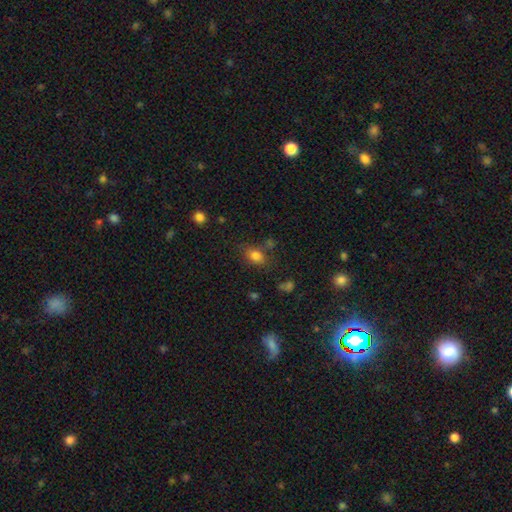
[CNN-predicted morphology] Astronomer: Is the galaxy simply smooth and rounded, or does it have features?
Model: smooth — 81%.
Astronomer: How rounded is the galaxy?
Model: in between — 75%.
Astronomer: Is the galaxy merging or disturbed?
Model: none — 69%.